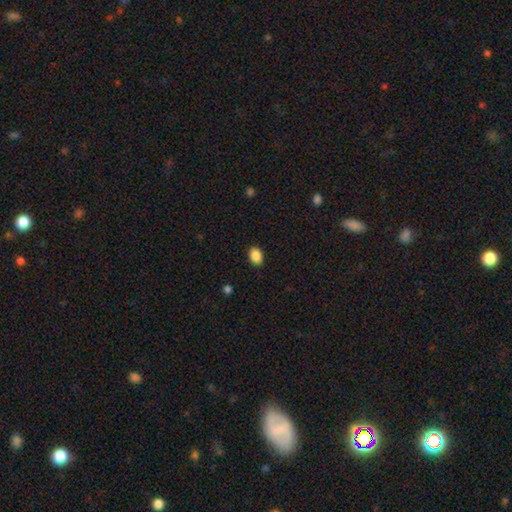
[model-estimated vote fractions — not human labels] A smooth galaxy with no disk features (89%) that is in between round and cigar-shaped (80%).

Vote fractions:
- Smooth or featured? smooth: 89% / star or artifact: 8% / featured or disk: 3%
- How rounded? in between: 80% / round: 19% / cigar-shaped: 1%
- Merging? none: 88% / minor disturbance: 9% / major disturbance: 2% / merger: 1%